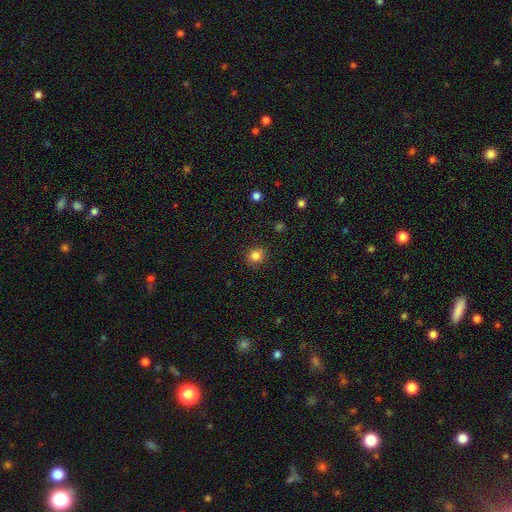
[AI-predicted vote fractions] This is clearly a smooth galaxy (82%). How rounded: clearly round (82%). Merging: clearly none (88%).